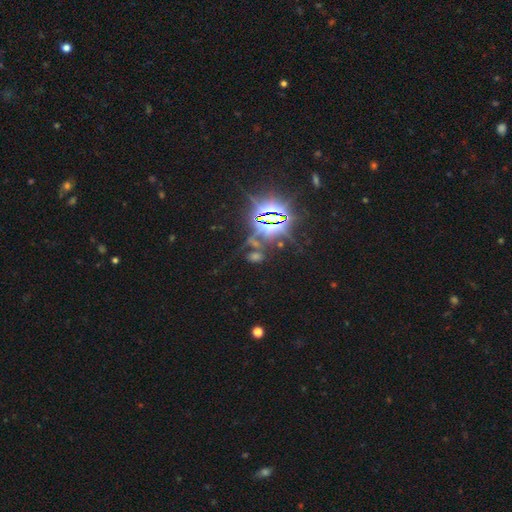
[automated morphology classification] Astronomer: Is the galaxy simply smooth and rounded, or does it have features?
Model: star or artifact — 71%.